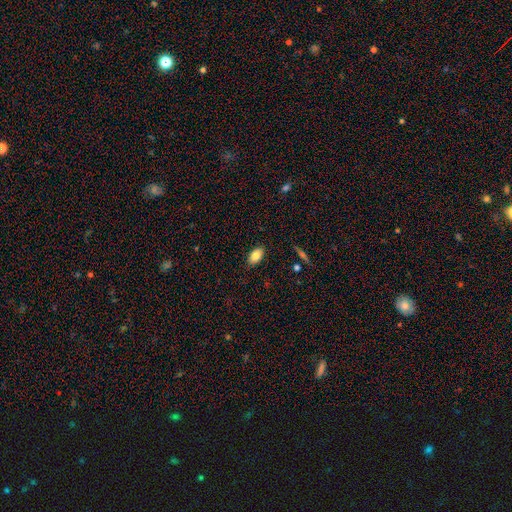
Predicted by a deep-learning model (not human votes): Overall: smooth (82%). How rounded: in between (92%). Merging: none (87%).